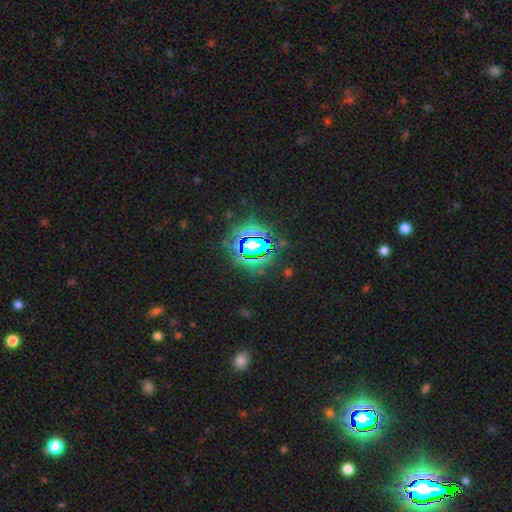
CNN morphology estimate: Smooth or featured: star or artifact — 81% (smooth — 13%)